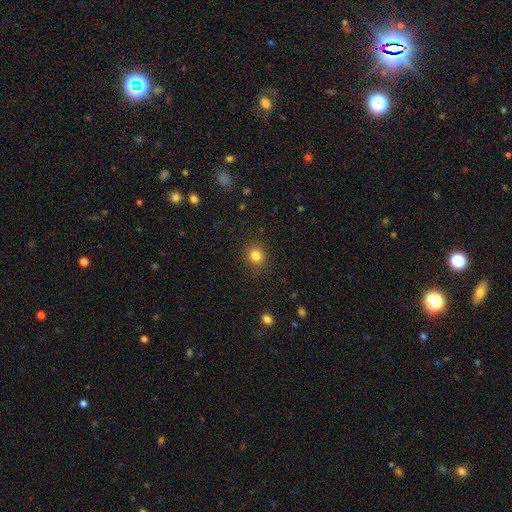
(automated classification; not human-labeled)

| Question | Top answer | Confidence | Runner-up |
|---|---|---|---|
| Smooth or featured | smooth | 82% | star or artifact (12%) |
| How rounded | round | 82% | in between (17%) |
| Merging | none | 88% | minor disturbance (8%) |